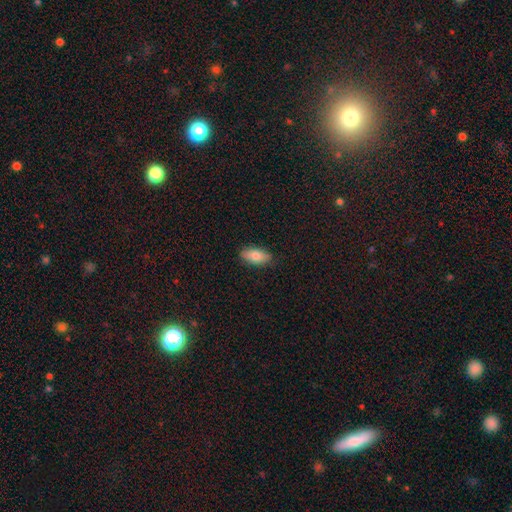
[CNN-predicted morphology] Q: Smooth or featured?
A: smooth (80%); runner-up: featured or disk (14%)
Q: How rounded?
A: in between (88%); runner-up: cigar-shaped (9%)
Q: Merging?
A: none (85%); runner-up: minor disturbance (11%)